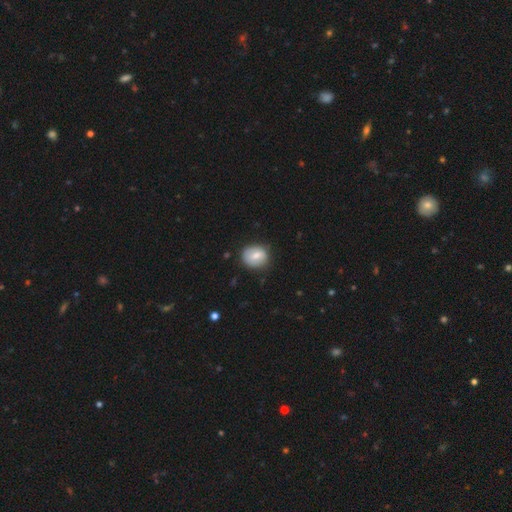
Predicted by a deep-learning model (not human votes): The model was most divided on "how rounded": round: 60%, in between: 39%, cigar-shaped: 1%. More confident: merging — none (77%); smooth or featured — smooth (69%).